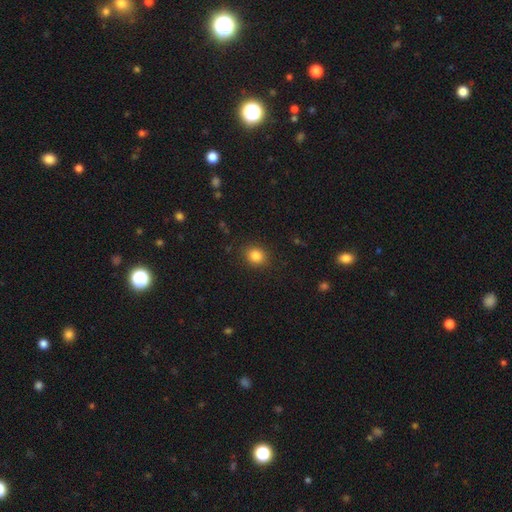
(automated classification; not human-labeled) Smooth or featured?
  - smooth: 84% *
  - star or artifact: 11%
  - featured or disk: 5%
How rounded?
  - round: 70% *
  - in between: 29%
  - cigar-shaped: 1%
Merging?
  - none: 88% *
  - minor disturbance: 8%
  - major disturbance: 2%
  - merger: 1%